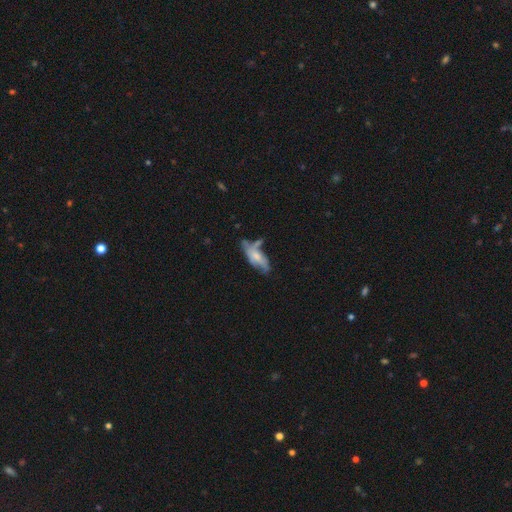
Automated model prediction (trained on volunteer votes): This appears to be a smooth galaxy with no disk features (48%). Merging: none (39%).